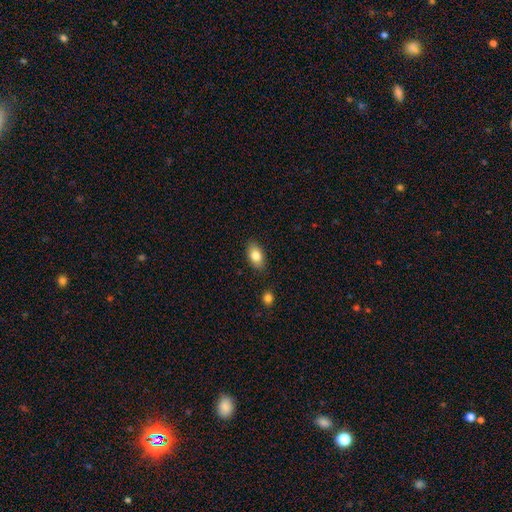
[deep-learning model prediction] Overall: smooth (82%). How rounded: in between (90%). Merging: none (86%).